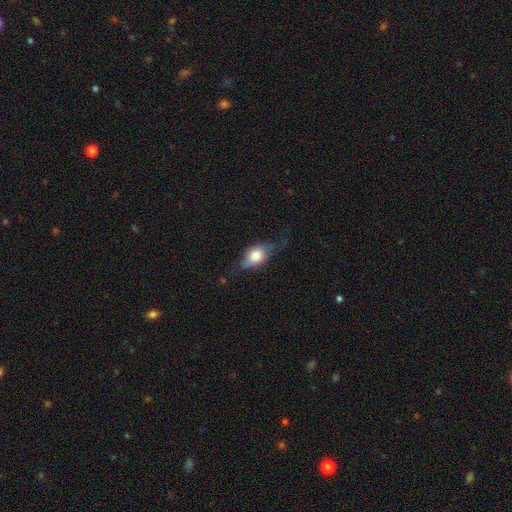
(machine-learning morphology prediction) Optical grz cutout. It shows a smooth galaxy with no disk features (67%) that is in between round and cigar-shaped (79%). Merging: none (52%).